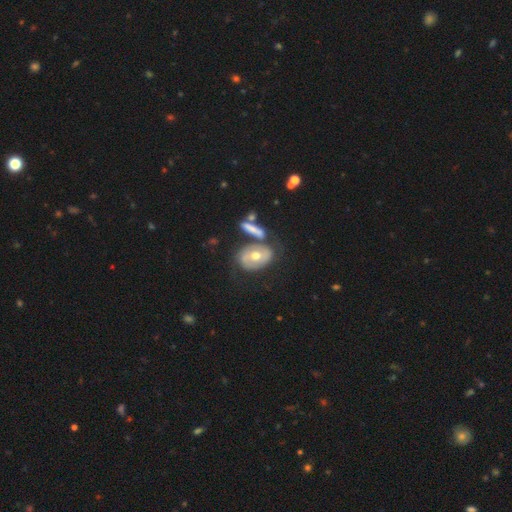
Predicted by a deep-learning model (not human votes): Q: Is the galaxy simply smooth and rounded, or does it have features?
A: featured or disk — 37%, tied with smooth.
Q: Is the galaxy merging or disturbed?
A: none — 48%.